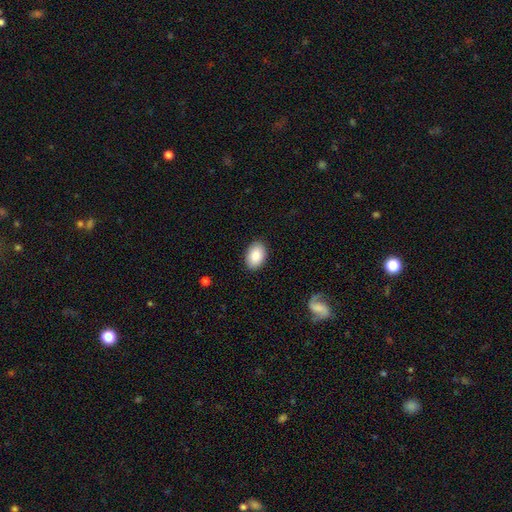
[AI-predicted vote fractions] smooth 88%, star or artifact 7%, featured or disk 6%. Down the decision tree: how rounded — in between (86%); merging — none (89%).